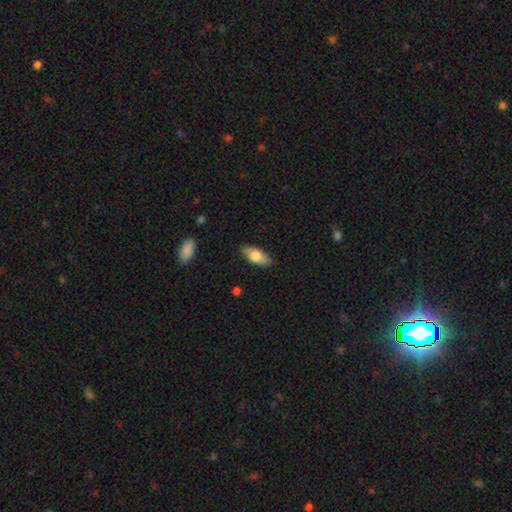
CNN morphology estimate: This appears to be a smooth galaxy with no disk features (74%) that is in between round and cigar-shaped (85%). Merging: none (85%).